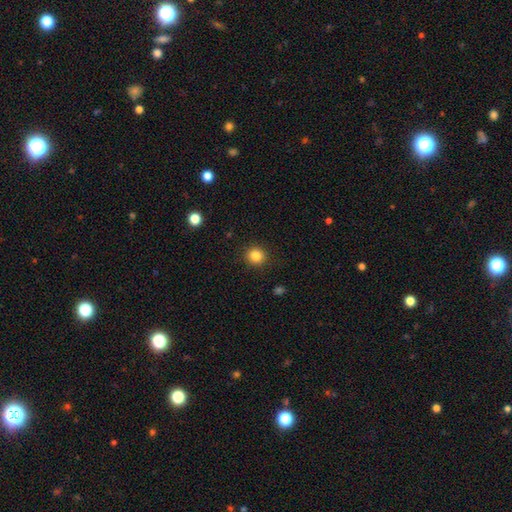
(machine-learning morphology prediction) type=smooth (84%); roundness=round (89%); merging=none (91%).